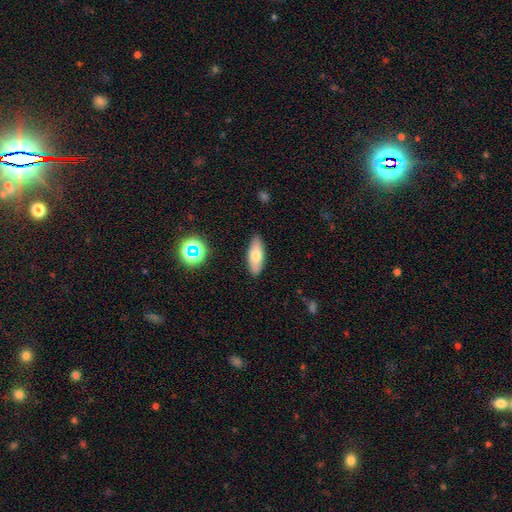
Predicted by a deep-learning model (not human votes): The model was most divided on "smooth or featured": smooth: 69%, featured or disk: 23%, star or artifact: 8%. More confident: merging — none (89%); how rounded — in between (73%).